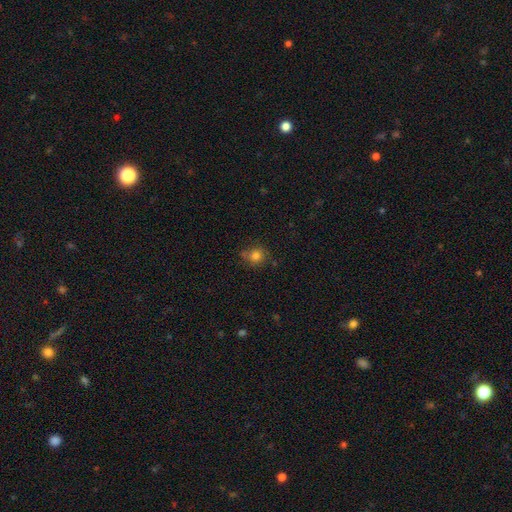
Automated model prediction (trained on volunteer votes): Overall: smooth (78%). How rounded: round (87%). Merging: none (73%).